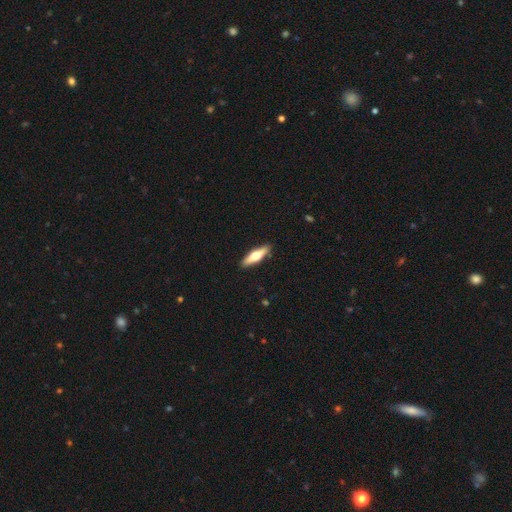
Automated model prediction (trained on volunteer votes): A featured or disk galaxy (48%).

Vote fractions:
- Smooth or featured? featured or disk: 48% / smooth: 47% / star or artifact: 5%
- Merging? none: 90% / minor disturbance: 8% / major disturbance: 2% / merger: 1%